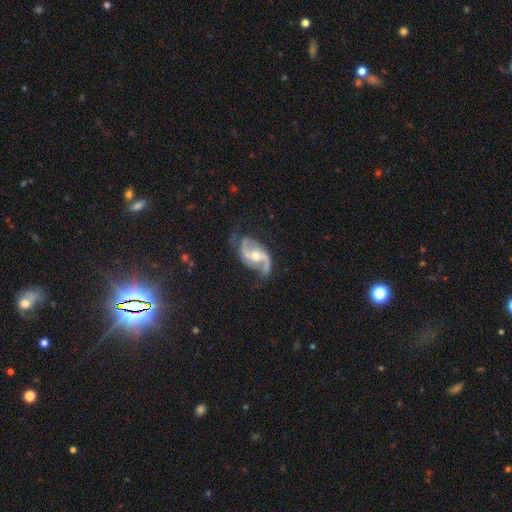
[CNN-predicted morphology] Smooth or featured? featured or disk (90%)
Edge-on disk? no (97%)
Bar? no (46%)
Spiral arms? yes (97%)
Spiral winding? loose (55%)
Spiral arm count? 2 (93%)
Bulge size? moderate (71%)
Merging? none (71%)